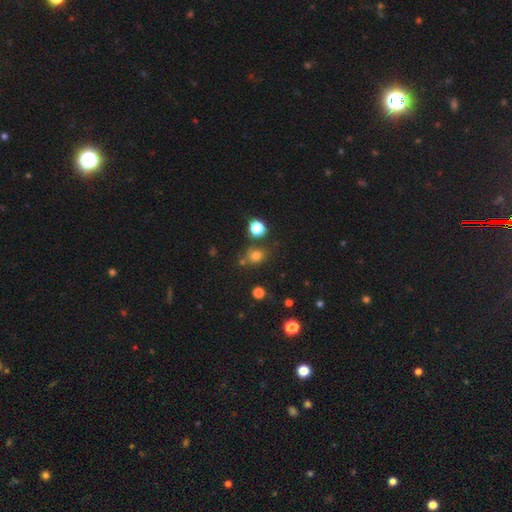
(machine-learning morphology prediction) Smooth or featured? smooth (75%)
How rounded? round (68%)
Merging? none (69%)